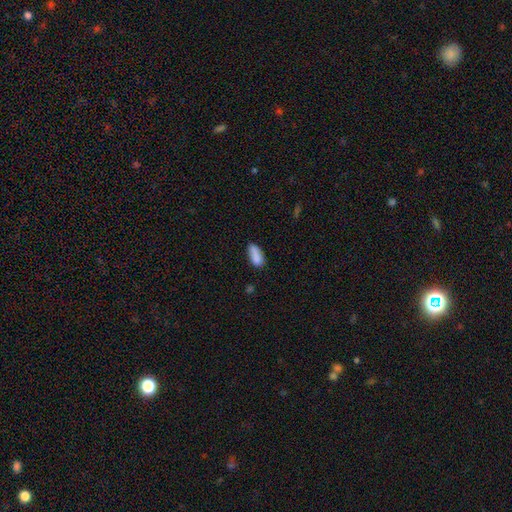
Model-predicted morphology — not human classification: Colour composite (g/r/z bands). It shows a smooth galaxy with no disk features (87%) that is in between round and cigar-shaped (83%). Merging: none (69%).